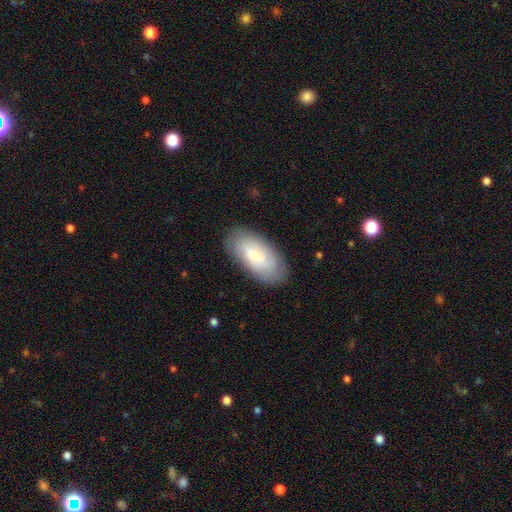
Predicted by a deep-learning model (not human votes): Overall: smooth (67%). How rounded: in between (92%). Merging: none (84%).